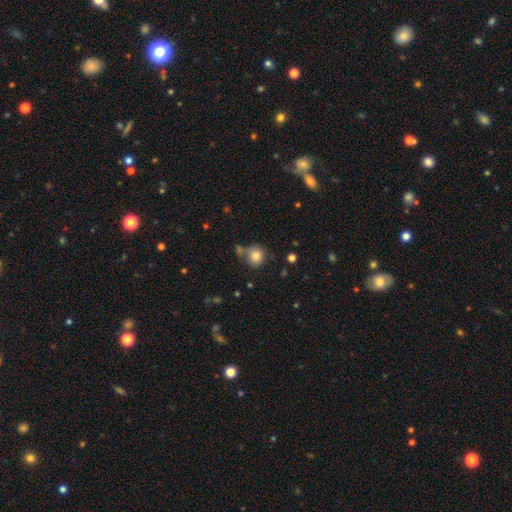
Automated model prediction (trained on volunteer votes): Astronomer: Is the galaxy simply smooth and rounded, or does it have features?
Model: smooth — 82%.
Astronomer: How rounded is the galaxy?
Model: round — 86%.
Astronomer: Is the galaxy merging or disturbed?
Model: none — 64%.